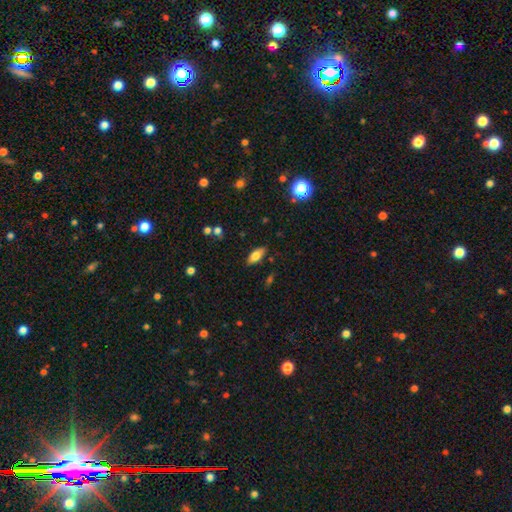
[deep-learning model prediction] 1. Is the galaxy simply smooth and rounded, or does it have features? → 77% smooth, 15% featured or disk, 8% star or artifact.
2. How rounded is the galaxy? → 87% in between, 10% cigar-shaped, 3% round.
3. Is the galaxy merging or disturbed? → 84% none, 12% minor disturbance, 2% major disturbance, 2% merger.